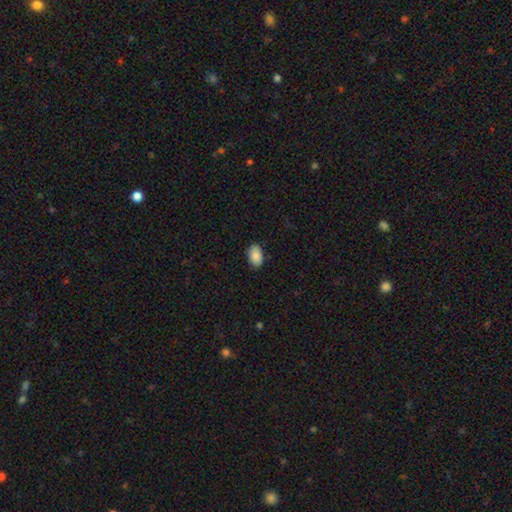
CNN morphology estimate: smooth_or_featured: smooth (p=0.89) [alt: star or artifact p=0.07]
how_rounded: in between (p=0.92) [alt: round p=0.07]
merging: none (p=0.85) [alt: minor disturbance p=0.12]